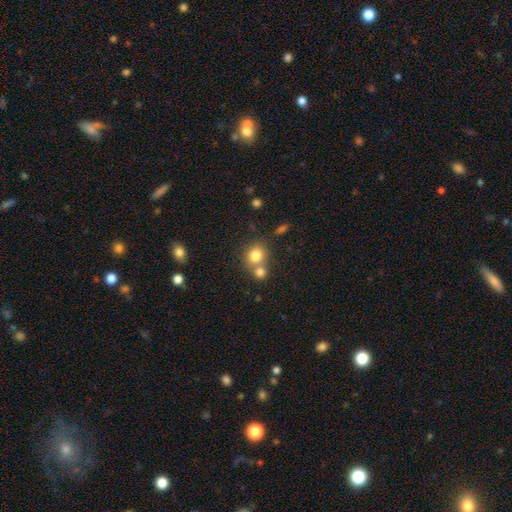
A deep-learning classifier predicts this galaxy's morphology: Smooth or featured: smooth — 80% (star or artifact — 11%)
How rounded: round — 69% (in between — 30%)
Merging: none — 48% (merger — 40%)